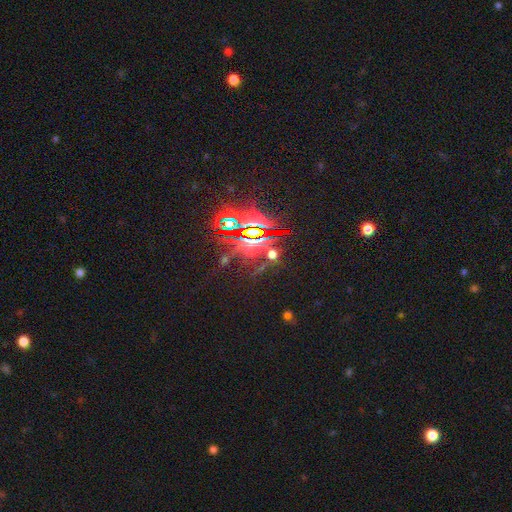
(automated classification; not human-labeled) Smooth or featured? Predicted: star or artifact (p=0.85).